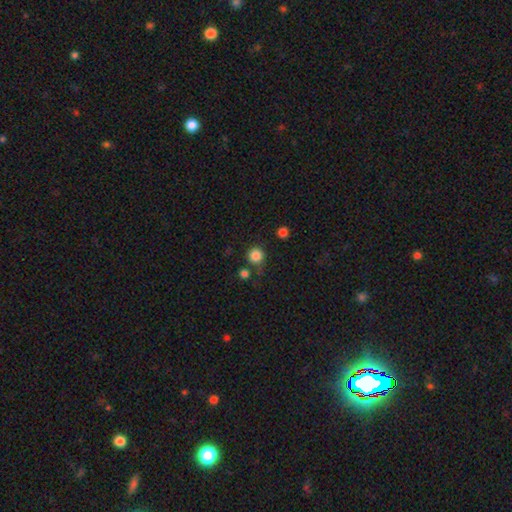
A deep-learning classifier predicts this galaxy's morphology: smooth_or_featured: smooth (p=0.84) [alt: star or artifact p=0.12]
how_rounded: round (p=0.94) [alt: in between p=0.05]
merging: none (p=0.76) [alt: minor disturbance p=0.11]